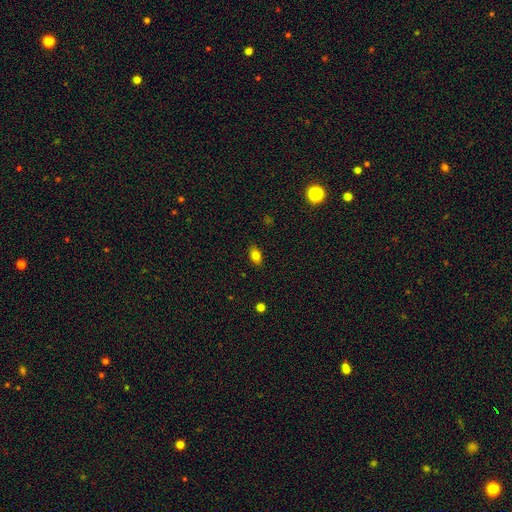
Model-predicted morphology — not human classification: Smooth or featured? smooth (82%)
How rounded? in between (85%)
Merging? none (87%)